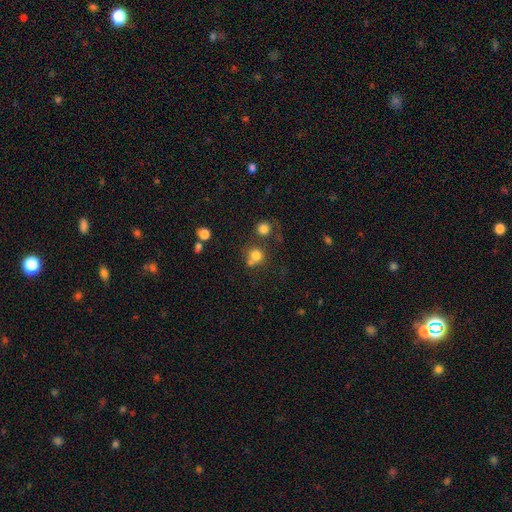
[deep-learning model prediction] A smooth galaxy with no disk features (77%) that is round (87%). Merging: none (55%).